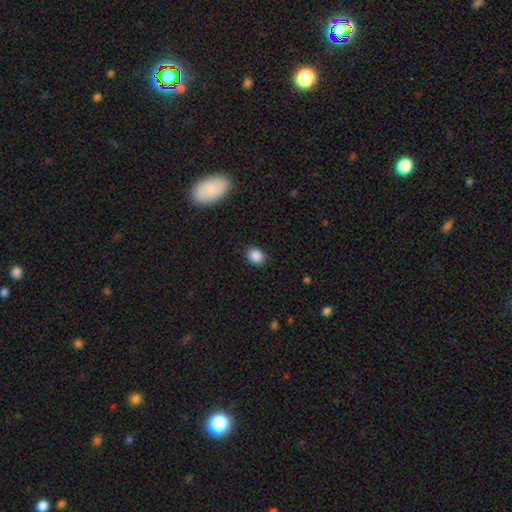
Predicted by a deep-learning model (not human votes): Morphology: type=smooth (87%); roundness=in between (58%); merging=none (87%).